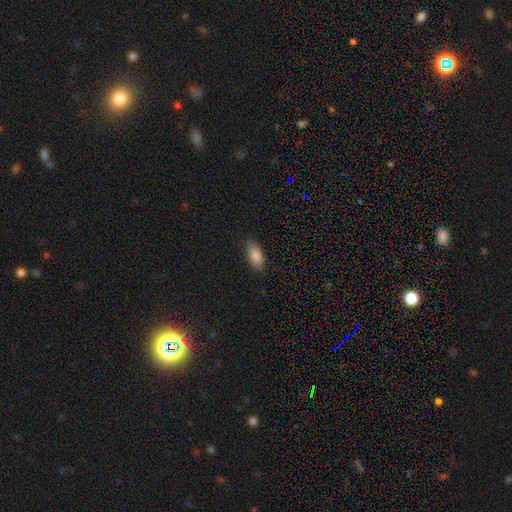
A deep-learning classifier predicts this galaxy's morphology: This is clearly a smooth galaxy (86%). How rounded: clearly in between (86%). Merging: clearly none (85%).